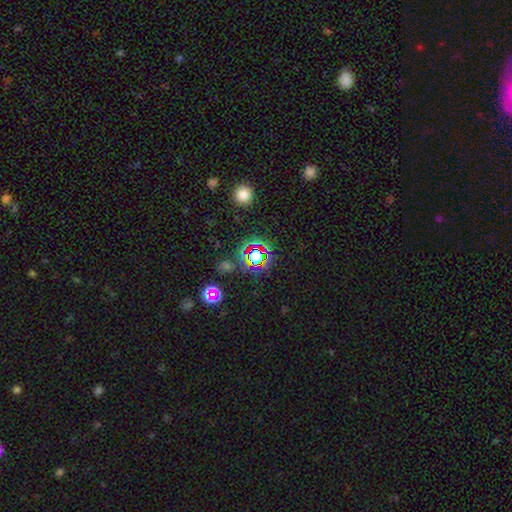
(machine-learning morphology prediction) Smooth or featured? Predicted: star or artifact (p=0.66).